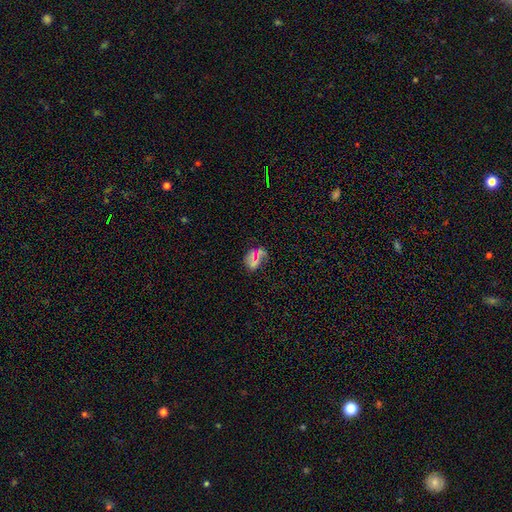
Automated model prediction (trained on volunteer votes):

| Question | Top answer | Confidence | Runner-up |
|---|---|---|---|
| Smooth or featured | smooth | 47% | star or artifact (33%) |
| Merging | none | 51% | minor disturbance (19%) |